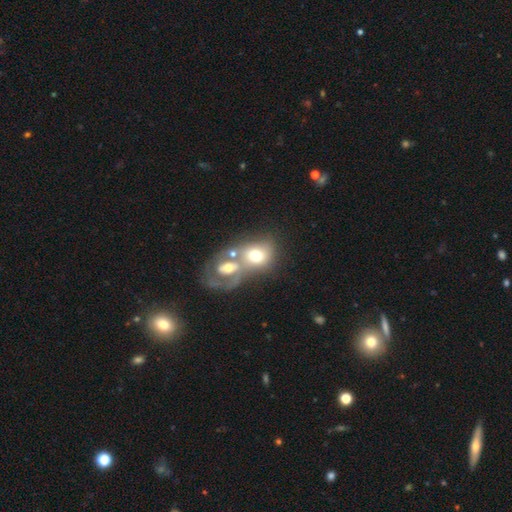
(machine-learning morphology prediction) This appears to be a smooth galaxy with no disk features (50%) that is in between round and cigar-shaped (50%). Merging: merger (71%).